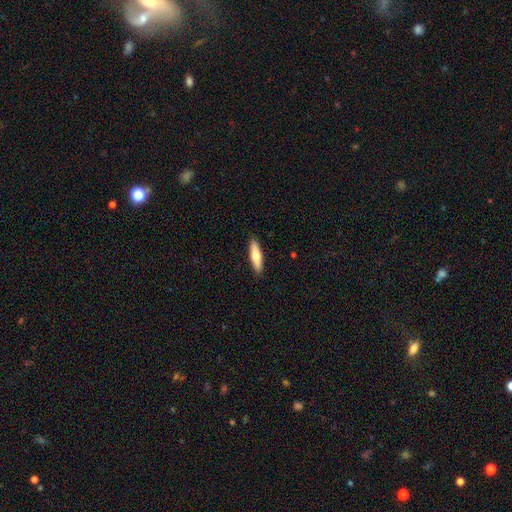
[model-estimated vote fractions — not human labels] This appears to be a smooth galaxy with no disk features (63%) that is cigar-shaped (71%). Merging: none (91%).